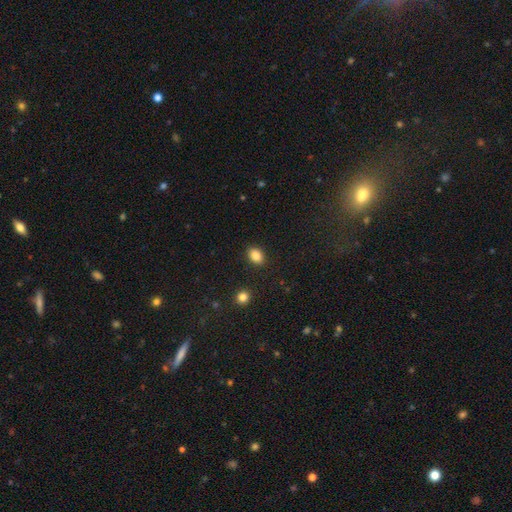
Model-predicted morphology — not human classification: A smooth galaxy with no disk features (87%) that is in between round and cigar-shaped (75%). Merging: none (88%).